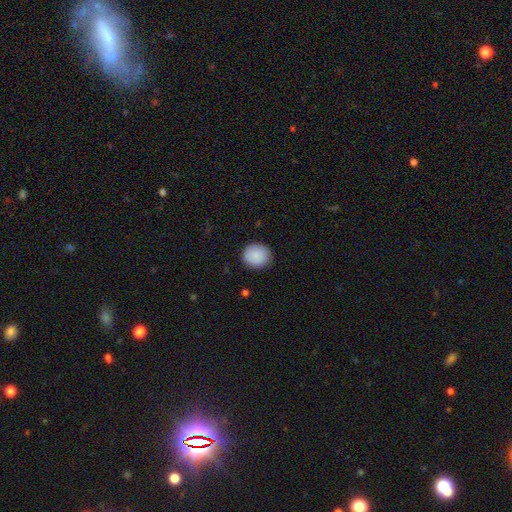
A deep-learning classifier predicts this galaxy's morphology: This appears to be a smooth galaxy with no disk features (89%) that is round (83%). Merging: none (88%).